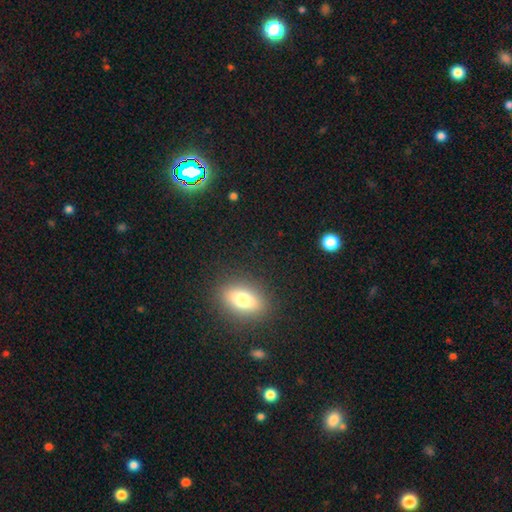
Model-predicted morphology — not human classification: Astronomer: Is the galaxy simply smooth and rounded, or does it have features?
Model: smooth — 65%.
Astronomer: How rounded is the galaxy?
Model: in between — 78%.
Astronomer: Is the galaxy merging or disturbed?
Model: none — 90%.